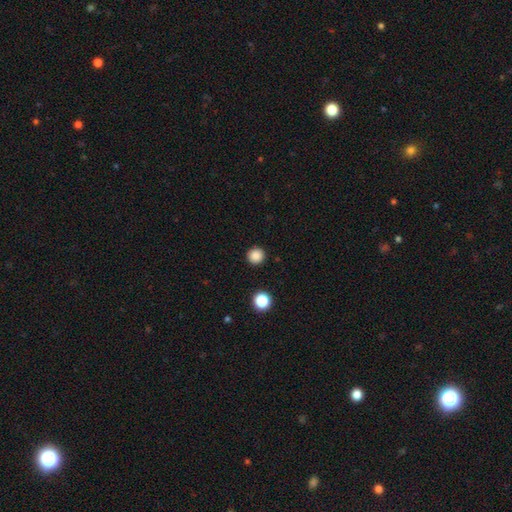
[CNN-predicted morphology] smooth-or-featured: smooth: 86% | star or artifact: 11% | featured or disk: 3%
  how-rounded: round: 95% | in between: 4% | cigar-shaped: 1%
  merging: none: 92% | minor disturbance: 5% | major disturbance: 2% | merger: 1%